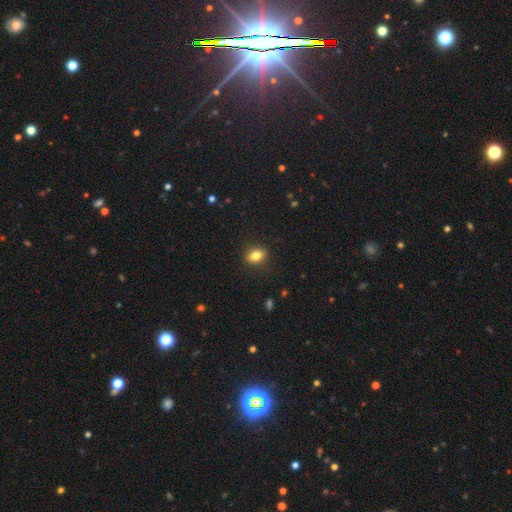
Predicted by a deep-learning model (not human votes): Smooth or featured? smooth (82%)
How rounded? in between (77%)
Merging? none (87%)